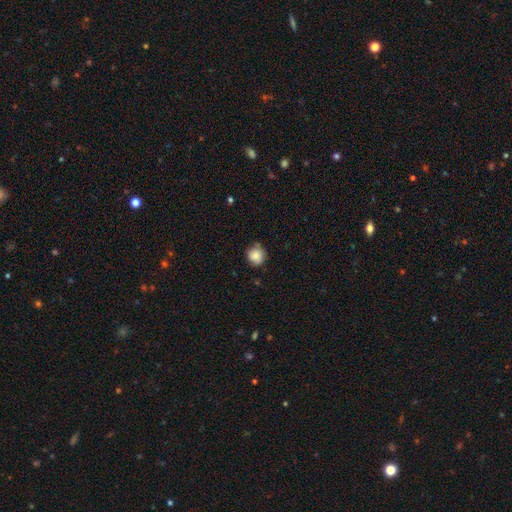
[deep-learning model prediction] The model was most divided on "merging": none: 73%, minor disturbance: 21%, major disturbance: 3%, merger: 3%. More confident: how rounded — round (87%); smooth or featured — smooth (83%).